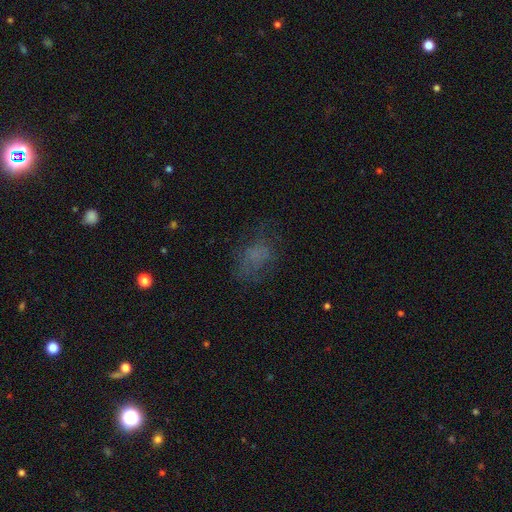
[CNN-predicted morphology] smooth_or_featured: smooth (p=0.56) [alt: featured or disk p=0.24]
how_rounded: in between (p=0.69) [alt: round p=0.28]
merging: none (p=0.54) [alt: major disturbance p=0.23]